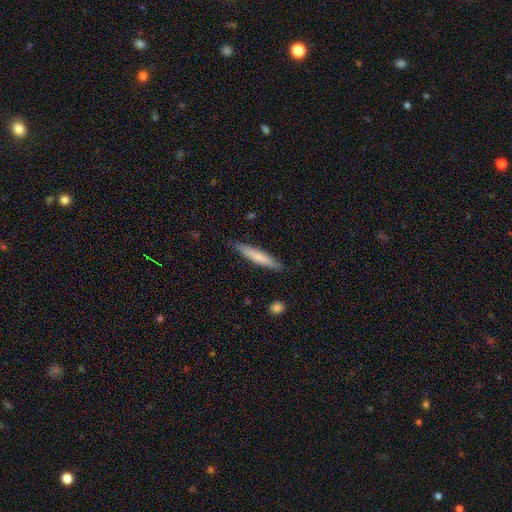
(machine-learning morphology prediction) Smooth or featured? smooth (69%)
How rounded? cigar-shaped (92%)
Merging? none (87%)